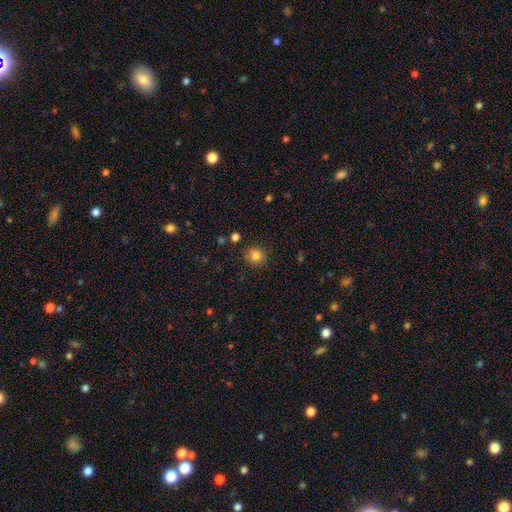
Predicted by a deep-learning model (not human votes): Smooth or featured?
  - smooth: 83% *
  - star or artifact: 11%
  - featured or disk: 5%
How rounded?
  - round: 87% *
  - in between: 12%
  - cigar-shaped: 1%
Merging?
  - none: 85% *
  - minor disturbance: 10%
  - major disturbance: 3%
  - merger: 2%